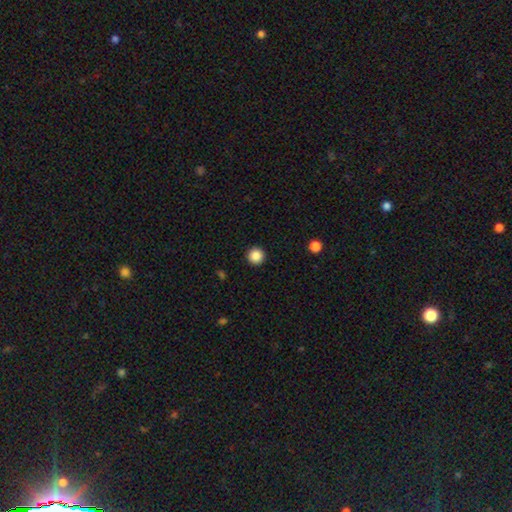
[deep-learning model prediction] Smooth or featured: smooth — 87% (star or artifact — 10%)
How rounded: round — 96% (in between — 3%)
Merging: none — 94% (minor disturbance — 4%)